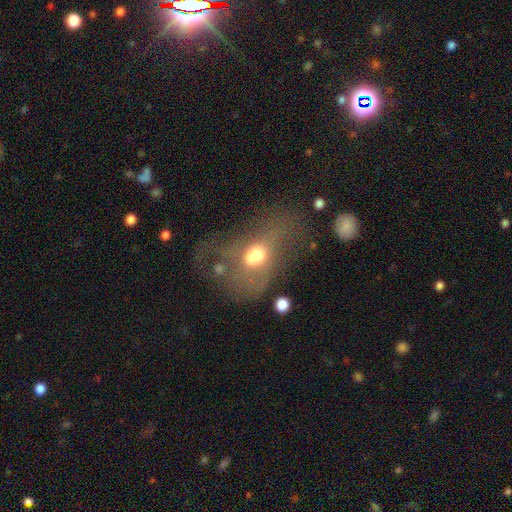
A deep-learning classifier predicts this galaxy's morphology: Q: Smooth or featured?
A: smooth (44%); runner-up: featured or disk (42%)
Q: Merging?
A: major disturbance (42%); runner-up: none (26%)